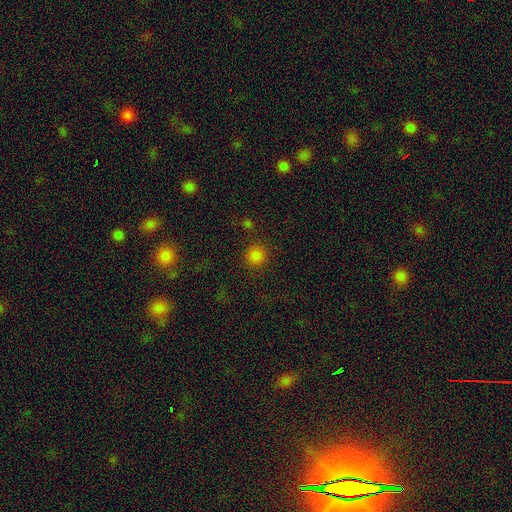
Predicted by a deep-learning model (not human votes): Overall: smooth (80%). How rounded: round (94%). Merging: none (84%).